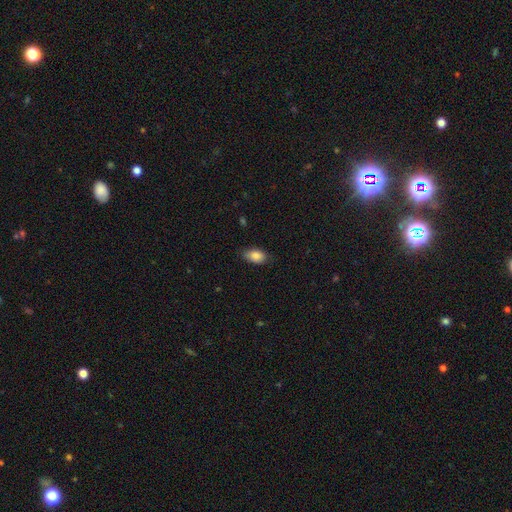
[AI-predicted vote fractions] Smooth or featured? Predicted: smooth (p=0.85). How rounded? Predicted: in between (p=0.91). Merging? Predicted: none (p=0.80).